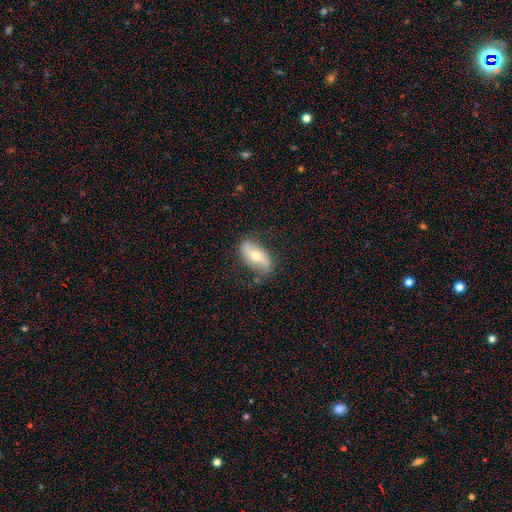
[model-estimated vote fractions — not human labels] Q: Smooth or featured?
A: featured or disk (49%); runner-up: smooth (45%)
Q: Merging?
A: none (76%); runner-up: minor disturbance (17%)